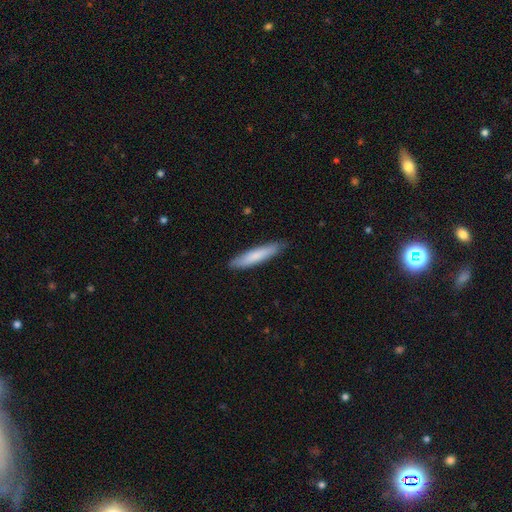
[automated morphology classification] This appears to be a smooth galaxy with no disk features (78%) that is cigar-shaped (87%). Merging: none (86%).